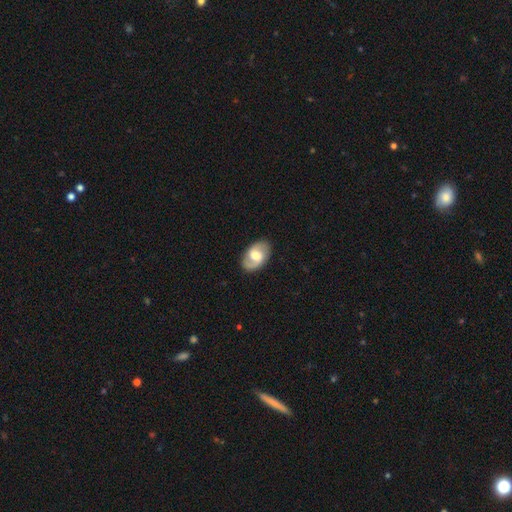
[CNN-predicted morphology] Smooth or featured: featured or disk — 65% (smooth — 29%)
Edge-on disk: no — 96% (yes — 4%)
Bar: weak — 50% (no — 35%)
Spiral arms: yes — 86% (no — 14%)
Spiral winding: medium — 47% (loose — 30%)
Spiral arm count: 2 — 85% (can't tell — 6%)
Bulge size: moderate — 58% (large — 24%)
Merging: none — 83% (minor disturbance — 12%)